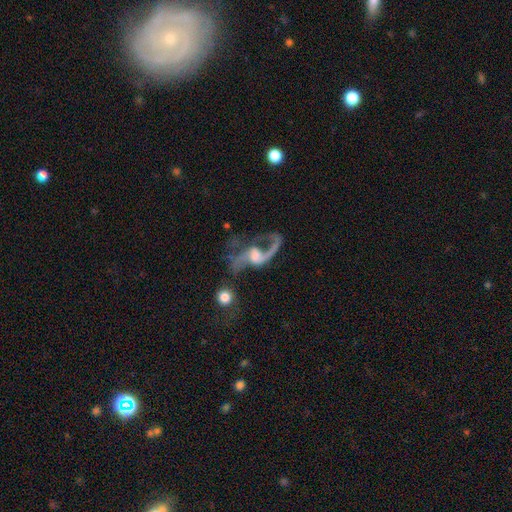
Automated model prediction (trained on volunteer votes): Smooth or featured?
  - featured or disk: 81% *
  - smooth: 10%
  - star or artifact: 8%
Edge-on disk?
  - no: 95% *
  - yes: 5%
Bar?
  - no: 49% *
  - weak: 38%
  - strong: 12%
Spiral arms?
  - yes: 89% *
  - no: 11%
Spiral winding?
  - loose: 76% *
  - medium: 20%
  - tight: 4%
Spiral arm count?
  - 2: 69% *
  - 1: 21%
  - can't tell: 5%
  - 3: 2%
  - 4: 1%
  - more than 4: 1%
Bulge size?
  - moderate: 45% *
  - small: 28%
  - large: 13%
  - none: 11%
  - dominant: 2%
Merging?
  - major disturbance: 40% *
  - none: 33%
  - minor disturbance: 14%
  - merger: 13%